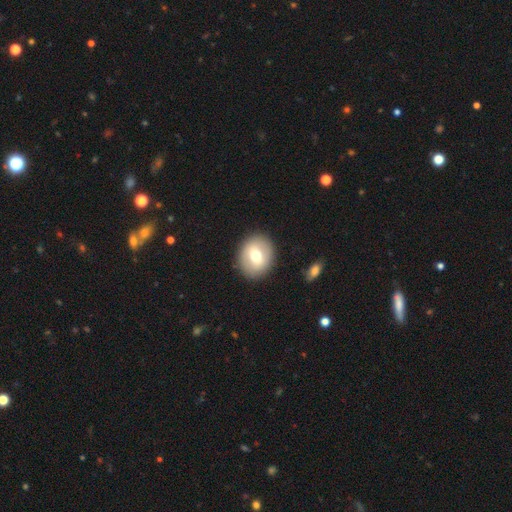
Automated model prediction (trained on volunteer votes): This is likely a smooth galaxy (64%). How rounded: likely round (65%). Merging: clearly none (89%).